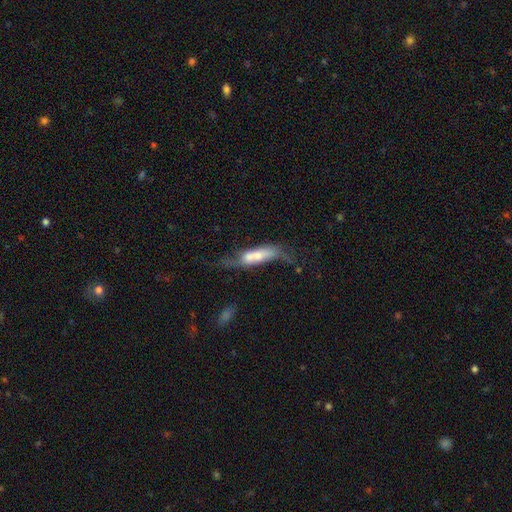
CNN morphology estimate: type=featured or disk (50%); edge-on=no (62%); merging=major disturbance (29%, tied with none).